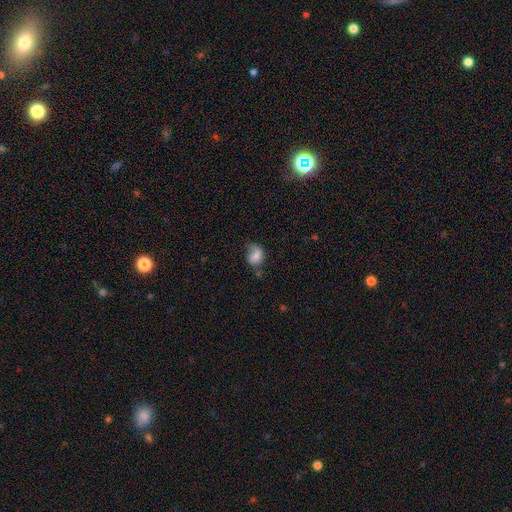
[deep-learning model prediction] Smooth or featured: smooth — 71% (featured or disk — 19%)
How rounded: in between — 61% (round — 37%)
Merging: none — 38% (minor disturbance — 34%)